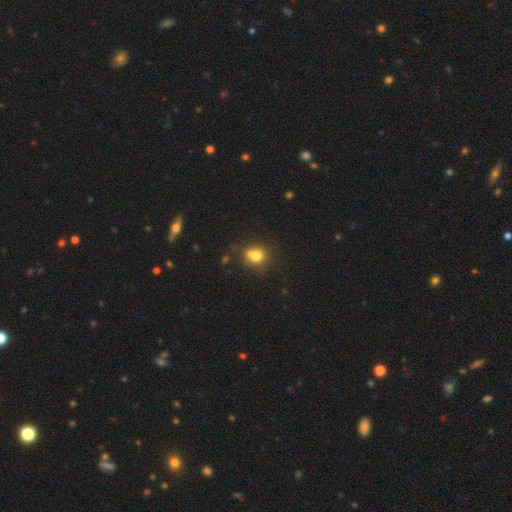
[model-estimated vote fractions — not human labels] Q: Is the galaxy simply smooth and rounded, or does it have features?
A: smooth — 74%.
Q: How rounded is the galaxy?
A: round — 76%.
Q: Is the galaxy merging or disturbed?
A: none — 52%.